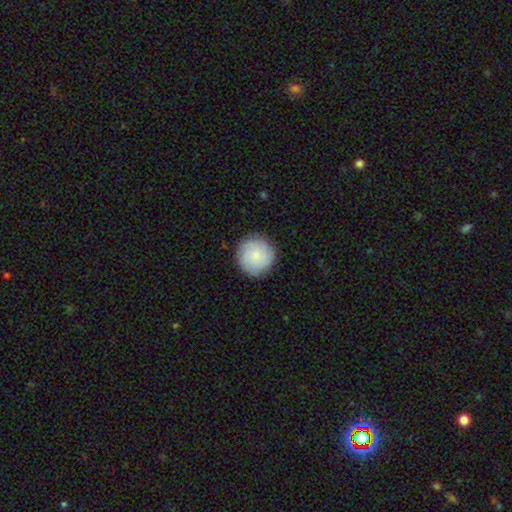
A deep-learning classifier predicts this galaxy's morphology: This appears to be a smooth galaxy with no disk features (80%) that is round (95%). Merging: none (89%).